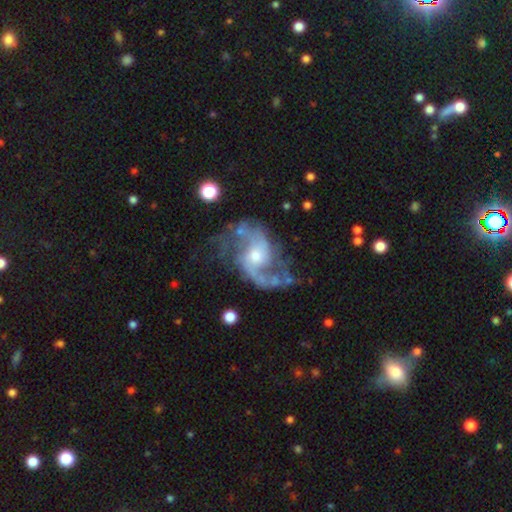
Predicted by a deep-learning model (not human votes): Q: Smooth or featured?
A: featured or disk (89%); runner-up: star or artifact (6%)
Q: Edge-on disk?
A: no (98%); runner-up: yes (2%)
Q: Bar?
A: no (57%); runner-up: weak (34%)
Q: Spiral arms?
A: yes (96%); runner-up: no (4%)
Q: Spiral winding?
A: loose (51%); runner-up: medium (40%)
Q: Spiral arm count?
A: 2 (88%); runner-up: can't tell (4%)
Q: Bulge size?
A: small (47%); runner-up: moderate (46%)
Q: Merging?
A: none (60%); runner-up: minor disturbance (19%)